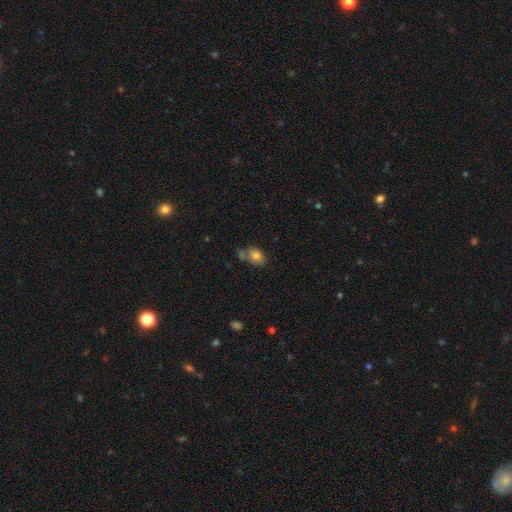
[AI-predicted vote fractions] Smooth or featured? smooth (77%)
How rounded? in between (76%)
Merging? none (53%)